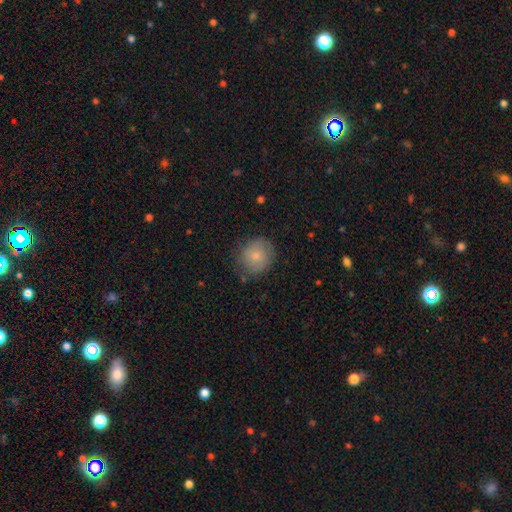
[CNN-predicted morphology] A smooth galaxy with no disk features (76%) that is round (87%). Merging: none (76%).